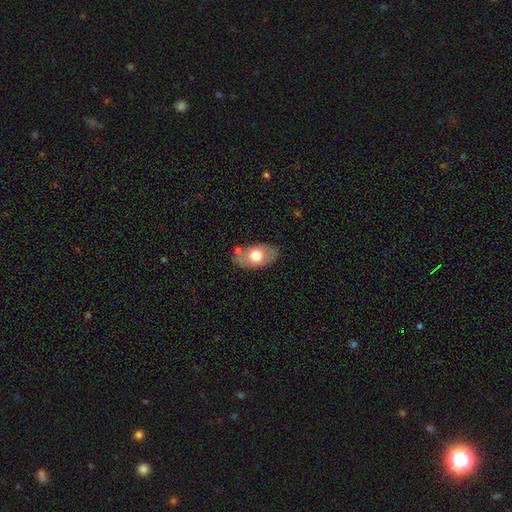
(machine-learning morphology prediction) A smooth galaxy with no disk features (62%) that is in between round and cigar-shaped (90%).

Vote fractions:
- Smooth or featured? smooth: 62% / featured or disk: 32% / star or artifact: 6%
- How rounded? in between: 90% / round: 8% / cigar-shaped: 2%
- Merging? none: 73% / minor disturbance: 17% / merger: 5% / major disturbance: 4%